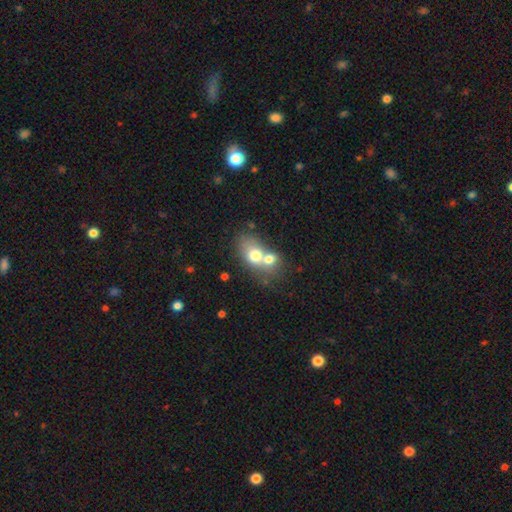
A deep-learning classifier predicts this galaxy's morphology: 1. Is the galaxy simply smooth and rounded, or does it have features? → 66% smooth, 24% featured or disk, 10% star or artifact.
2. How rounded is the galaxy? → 63% in between, 35% round, 2% cigar-shaped.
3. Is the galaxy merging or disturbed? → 69% merger, 20% none, 7% minor disturbance, 5% major disturbance.